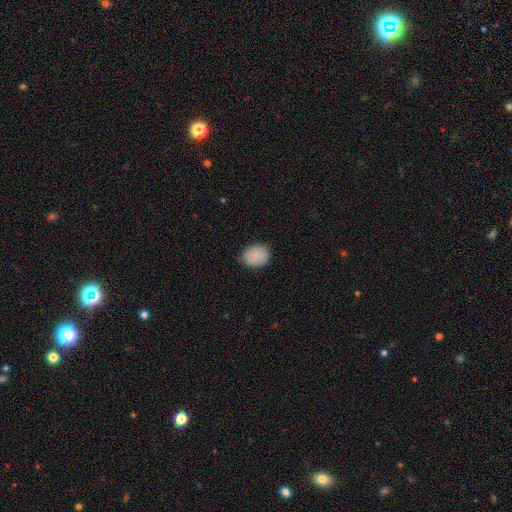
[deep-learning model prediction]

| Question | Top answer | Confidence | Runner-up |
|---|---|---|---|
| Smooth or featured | smooth | 84% | featured or disk (9%) |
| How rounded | in between | 55% | round (44%) |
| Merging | none | 80% | minor disturbance (16%) |